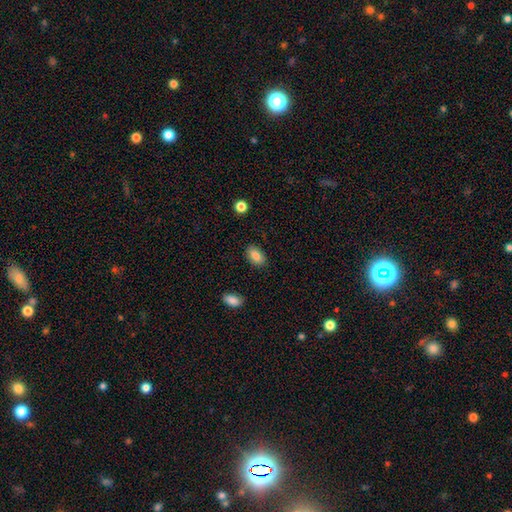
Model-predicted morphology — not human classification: Smooth or featured?
  - smooth: 85% *
  - star or artifact: 8%
  - featured or disk: 7%
How rounded?
  - in between: 91% *
  - round: 7%
  - cigar-shaped: 2%
Merging?
  - none: 86% *
  - minor disturbance: 10%
  - major disturbance: 2%
  - merger: 1%